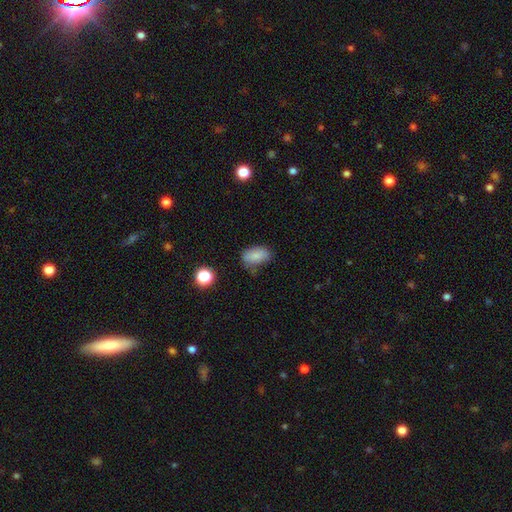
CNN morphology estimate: Q: Smooth or featured?
A: smooth (82%); runner-up: star or artifact (10%)
Q: How rounded?
A: in between (89%); runner-up: round (8%)
Q: Merging?
A: none (62%); runner-up: minor disturbance (27%)